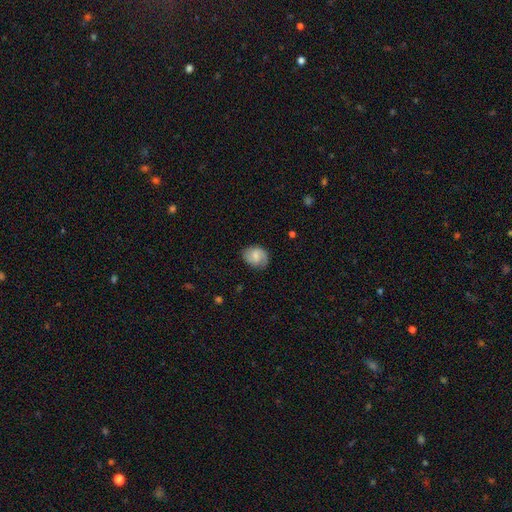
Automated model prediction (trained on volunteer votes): Q: Smooth or featured?
A: smooth (51%); runner-up: featured or disk (41%)
Q: How rounded?
A: in between (50%); runner-up: round (49%)
Q: Merging?
A: none (75%); runner-up: minor disturbance (18%)